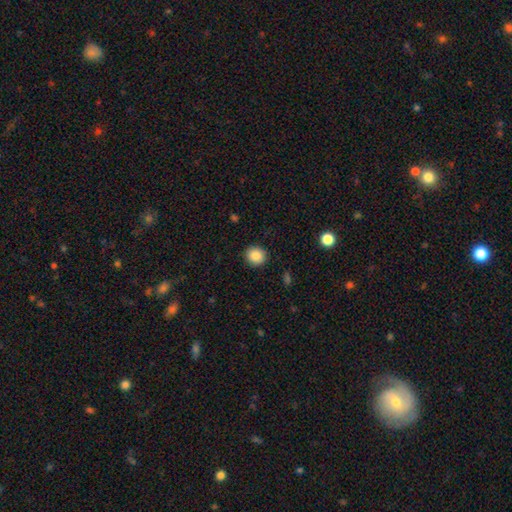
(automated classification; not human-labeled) This appears to be a smooth galaxy with no disk features (87%) that is round (83%). Merging: none (91%).